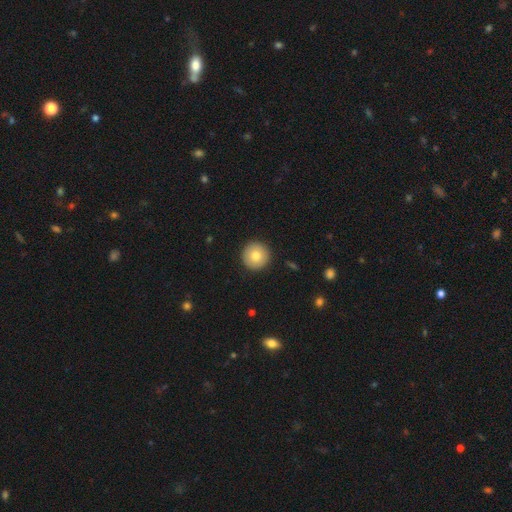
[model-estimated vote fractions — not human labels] Overall: smooth (79%). How rounded: round (96%). Merging: none (92%).